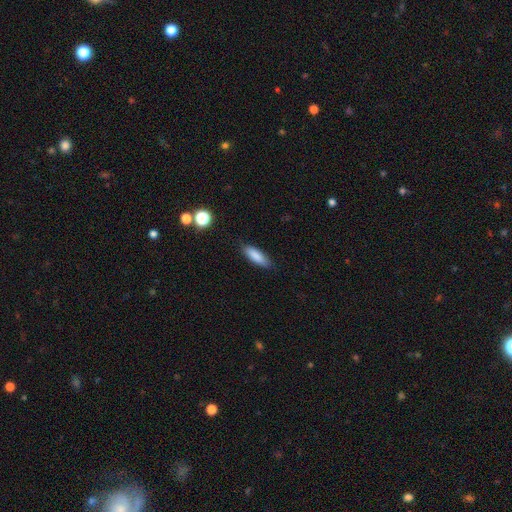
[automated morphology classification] smooth-or-featured: smooth: 85% | featured or disk: 8% | star or artifact: 7%
  how-rounded: in between: 51% | cigar-shaped: 47% | round: 2%
  merging: none: 85% | minor disturbance: 11% | major disturbance: 2% | merger: 1%